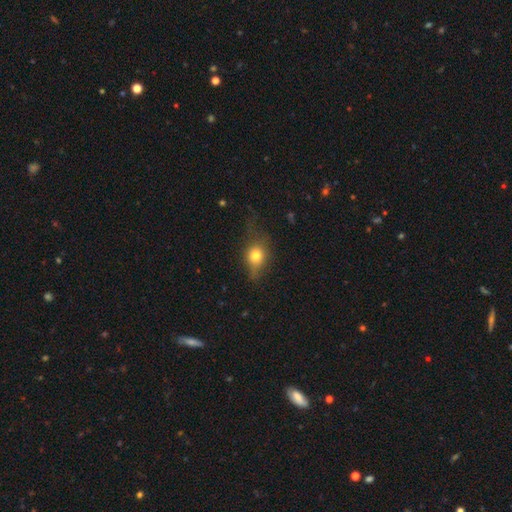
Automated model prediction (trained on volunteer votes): Smooth or featured: smooth — 71% (featured or disk — 17%)
How rounded: round — 50% (in between — 46%)
Merging: none — 50% (minor disturbance — 29%)